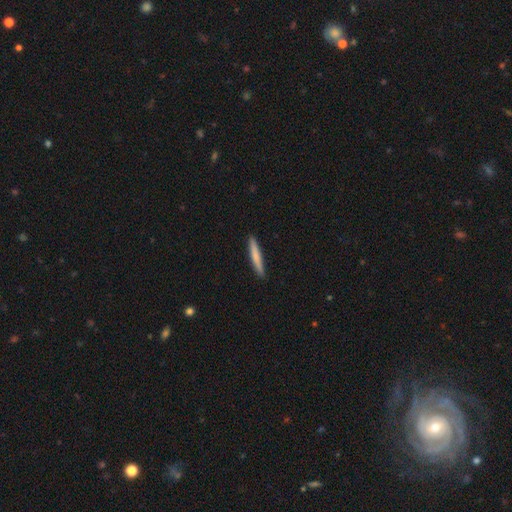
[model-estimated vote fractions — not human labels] smooth 72%, featured or disk 22%, star or artifact 5%. Down the decision tree: how rounded — cigar-shaped (96%); merging — none (92%).